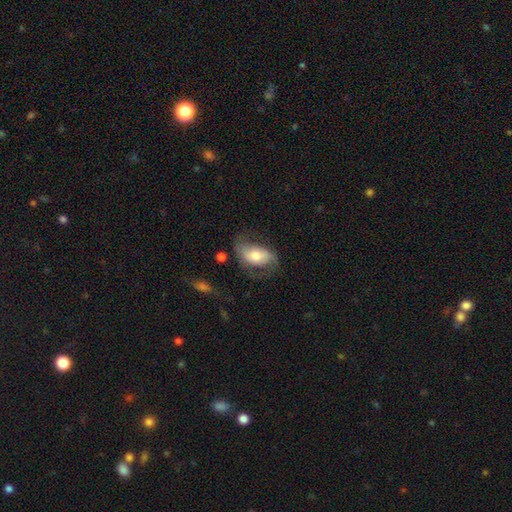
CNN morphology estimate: Q: Smooth or featured?
A: featured or disk (51%); runner-up: smooth (42%)
Q: Edge-on disk?
A: no (93%); runner-up: yes (7%)
Q: Merging?
A: none (51%); runner-up: minor disturbance (25%)